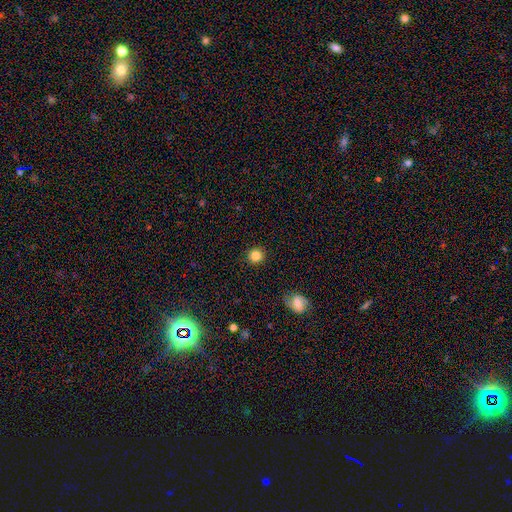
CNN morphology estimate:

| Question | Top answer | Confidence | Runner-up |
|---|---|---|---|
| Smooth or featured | smooth | 84% | star or artifact (11%) |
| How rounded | round | 91% | in between (8%) |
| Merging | none | 90% | minor disturbance (6%) |